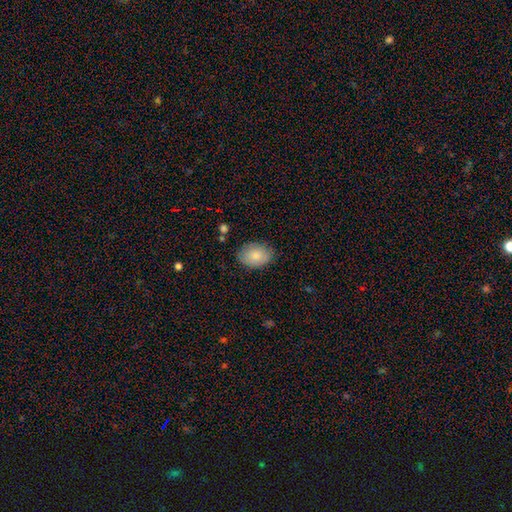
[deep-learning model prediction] Overall: smooth (83%). How rounded: in between (79%). Merging: none (82%).